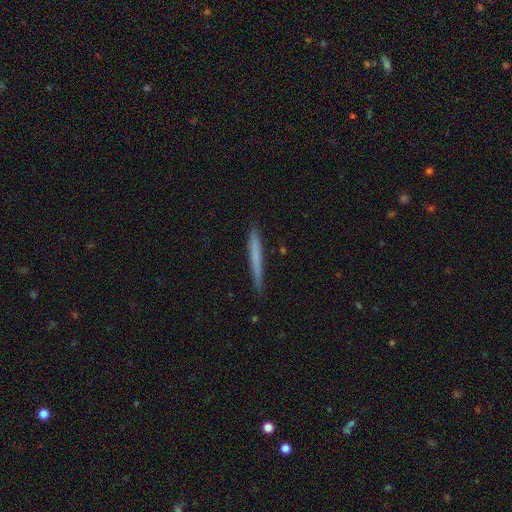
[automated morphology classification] Smooth or featured? Predicted: smooth (p=0.62). How rounded? Predicted: cigar-shaped (p=0.97). Merging? Predicted: none (p=0.89).